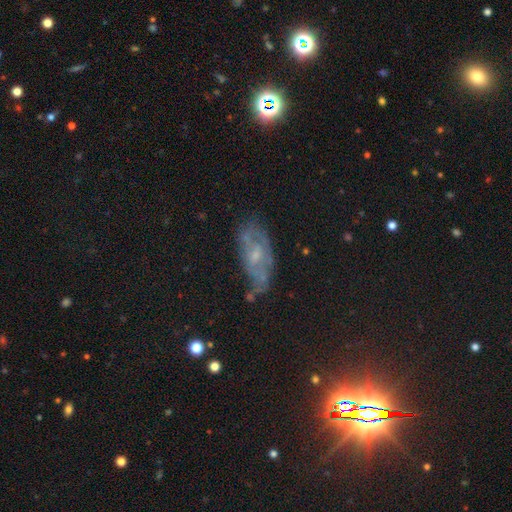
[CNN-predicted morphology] Q: Smooth or featured?
A: featured or disk (56%); runner-up: smooth (25%)
Q: Edge-on disk?
A: no (87%); runner-up: yes (13%)
Q: Merging?
A: none (57%); runner-up: minor disturbance (27%)